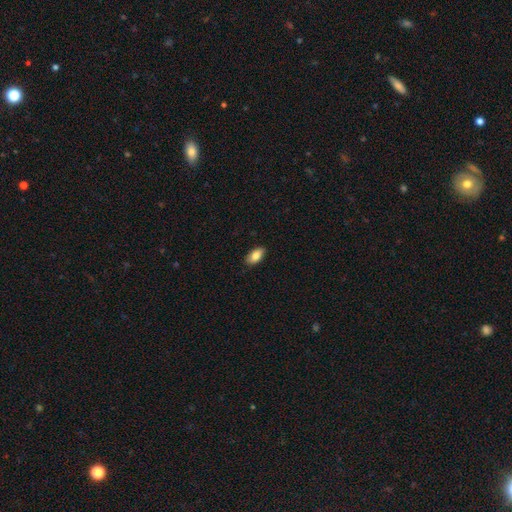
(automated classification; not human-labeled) A smooth galaxy with no disk features (84%) that is in between round and cigar-shaped (92%). Merging: none (88%).